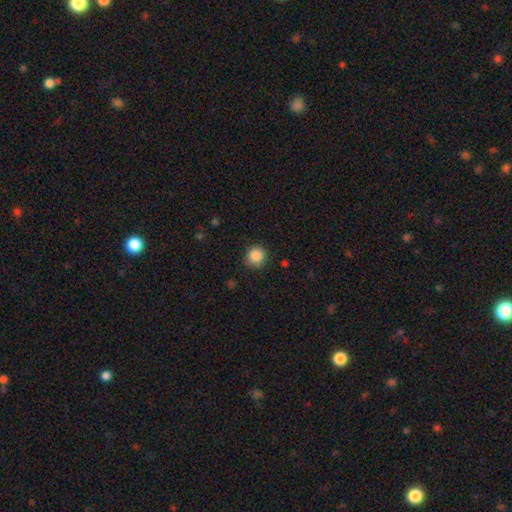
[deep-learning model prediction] This is clearly a smooth galaxy (88%). How rounded: clearly round (89%). Merging: clearly none (84%).